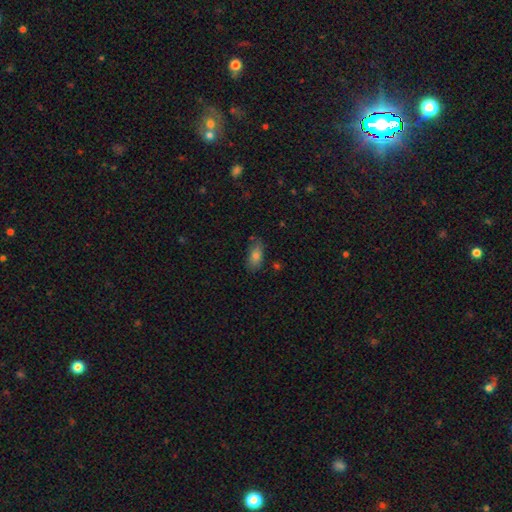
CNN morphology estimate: The model was most divided on "merging": none: 74%, minor disturbance: 19%, major disturbance: 4%, merger: 3%. More confident: how rounded — in between (87%); smooth or featured — smooth (80%).